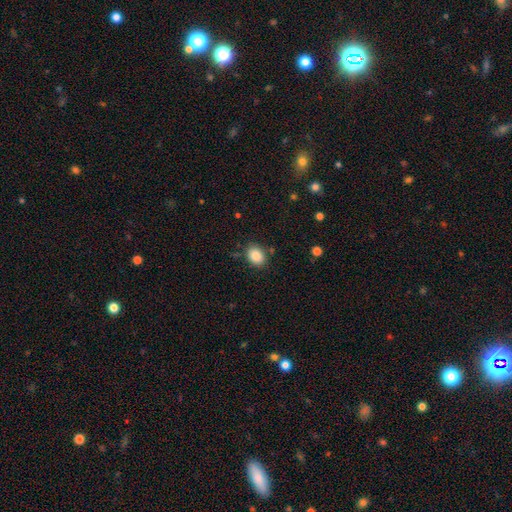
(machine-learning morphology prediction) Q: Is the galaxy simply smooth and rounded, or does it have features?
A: smooth — 86%.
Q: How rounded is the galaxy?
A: in between — 63%.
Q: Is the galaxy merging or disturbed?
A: none — 83%.